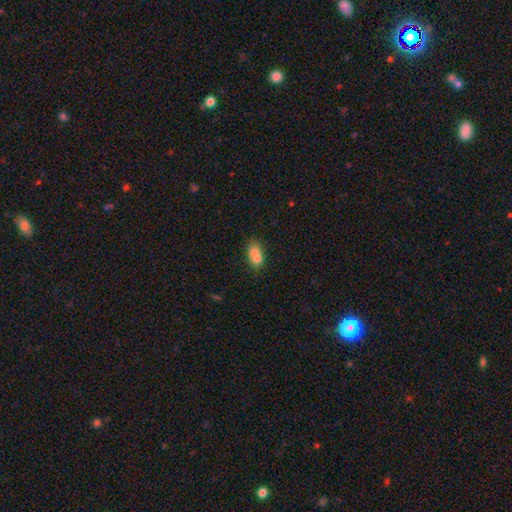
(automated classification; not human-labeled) A smooth galaxy with no disk features (75%) that is in between round and cigar-shaped (81%).

Vote fractions:
- Smooth or featured? smooth: 75% / featured or disk: 15% / star or artifact: 10%
- How rounded? in between: 81% / round: 13% / cigar-shaped: 6%
- Merging? none: 40% / merger: 37% / minor disturbance: 17% / major disturbance: 6%